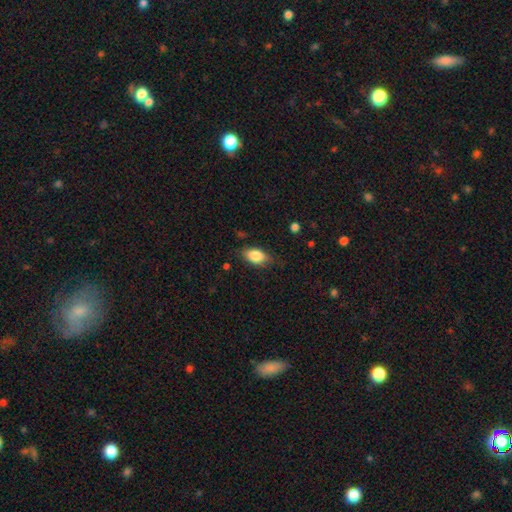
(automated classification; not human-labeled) Smooth or featured? smooth (84%)
How rounded? in between (89%)
Merging? none (75%)